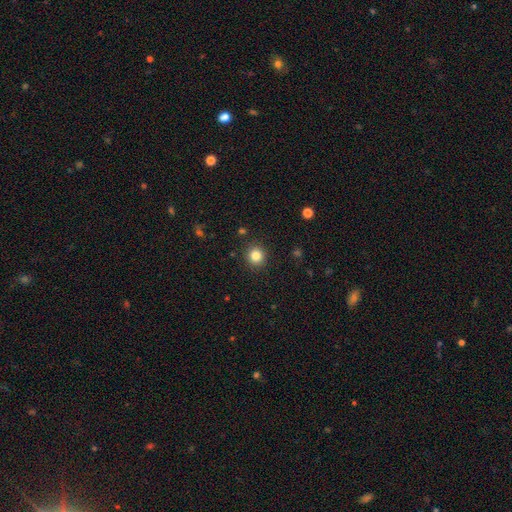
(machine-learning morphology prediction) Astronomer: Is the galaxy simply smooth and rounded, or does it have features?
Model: smooth — 83%.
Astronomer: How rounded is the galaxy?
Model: round — 92%.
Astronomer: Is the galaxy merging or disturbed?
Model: none — 91%.